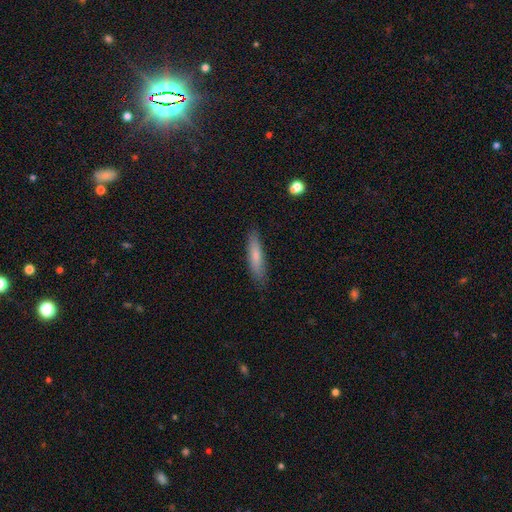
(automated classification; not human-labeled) Morphology: type=smooth (73%); roundness=cigar-shaped (81%); merging=none (85%).